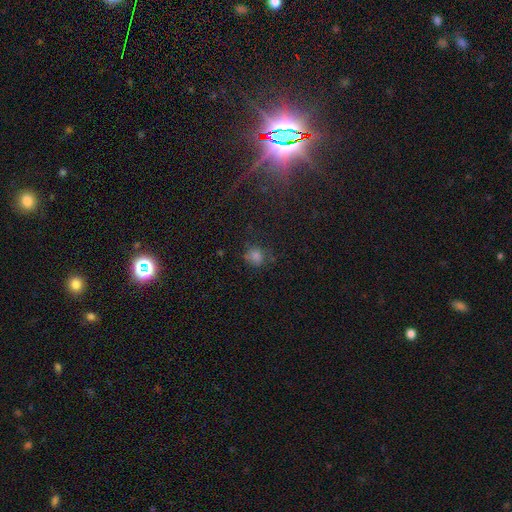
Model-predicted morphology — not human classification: Smooth or featured?
  - smooth: 61% *
  - star or artifact: 27%
  - featured or disk: 12%
How rounded?
  - round: 73% *
  - in between: 25%
  - cigar-shaped: 1%
Merging?
  - none: 66% *
  - minor disturbance: 19%
  - major disturbance: 11%
  - merger: 4%